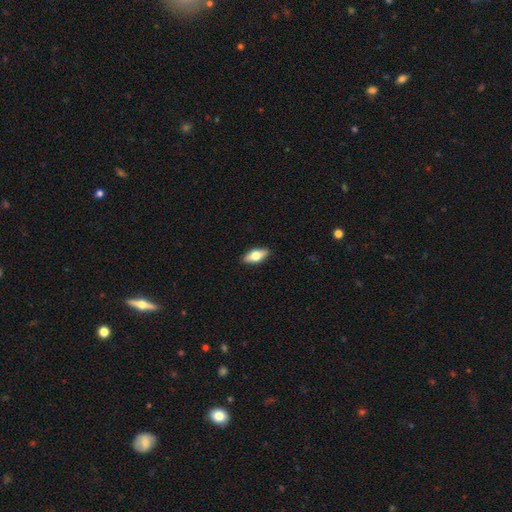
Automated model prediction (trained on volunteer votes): Morphology: type=smooth (57%); roundness=in between (77%); merging=none (89%).